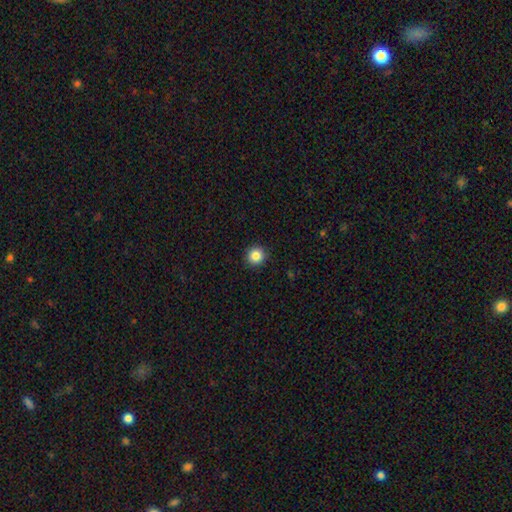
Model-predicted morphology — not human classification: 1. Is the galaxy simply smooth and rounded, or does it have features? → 85% smooth, 10% star or artifact, 4% featured or disk.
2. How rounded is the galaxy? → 94% round, 5% in between, 1% cigar-shaped.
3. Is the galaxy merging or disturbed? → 93% none, 5% minor disturbance, 2% major disturbance, 1% merger.